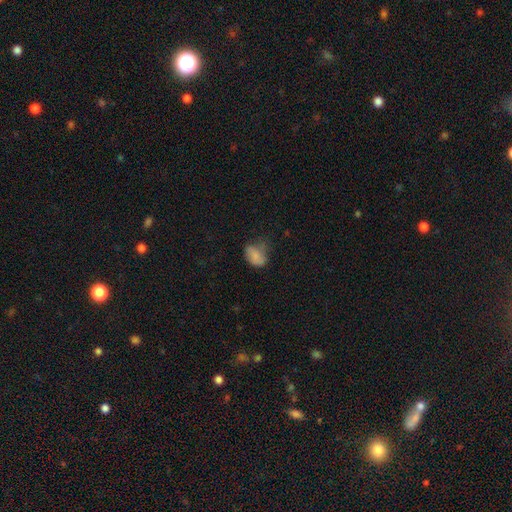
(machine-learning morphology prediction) type=smooth (77%); roundness=in between (77%); merging=none (39%).